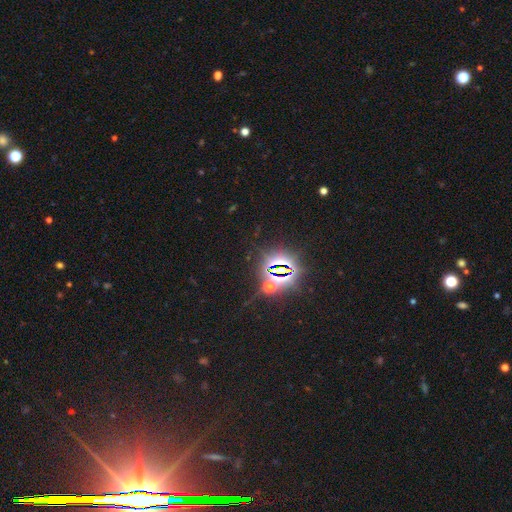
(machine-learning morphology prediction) Overall: star or artifact (77%).